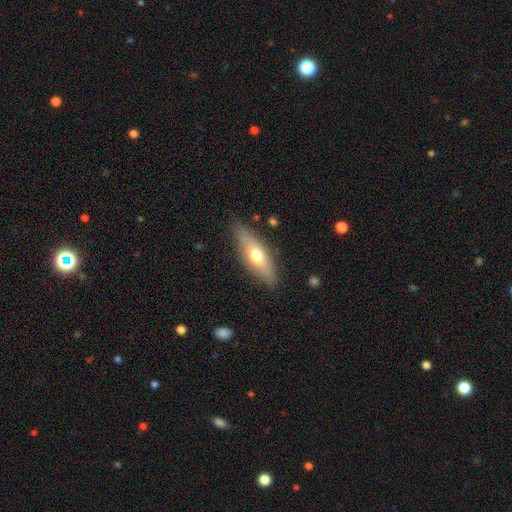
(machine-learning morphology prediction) Smooth or featured?
  - smooth: 57% *
  - featured or disk: 37%
  - star or artifact: 6%
How rounded?
  - in between: 52% *
  - cigar-shaped: 45%
  - round: 3%
Merging?
  - none: 80% *
  - minor disturbance: 15%
  - major disturbance: 3%
  - merger: 2%